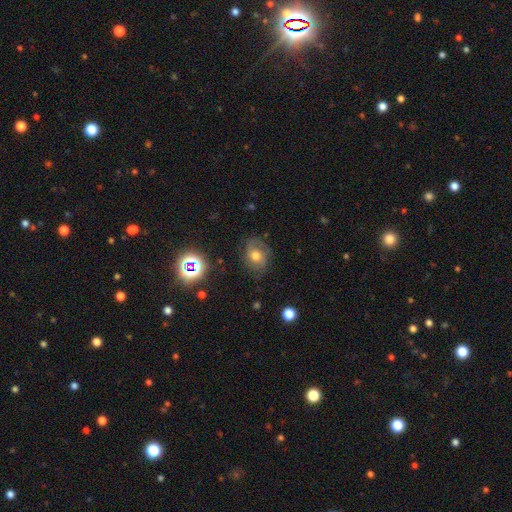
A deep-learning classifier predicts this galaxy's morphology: This appears to be a smooth galaxy with no disk features (42%). Merging: none (70%).